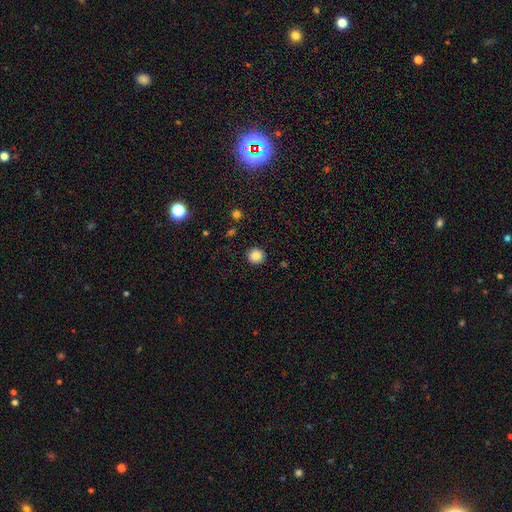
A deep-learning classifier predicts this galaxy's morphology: A smooth galaxy with no disk features (86%) that is round (93%).

Vote fractions:
- Smooth or featured? smooth: 86% / star or artifact: 10% / featured or disk: 4%
- How rounded? round: 93% / in between: 6% / cigar-shaped: 1%
- Merging? none: 92% / minor disturbance: 5% / major disturbance: 2% / merger: 1%